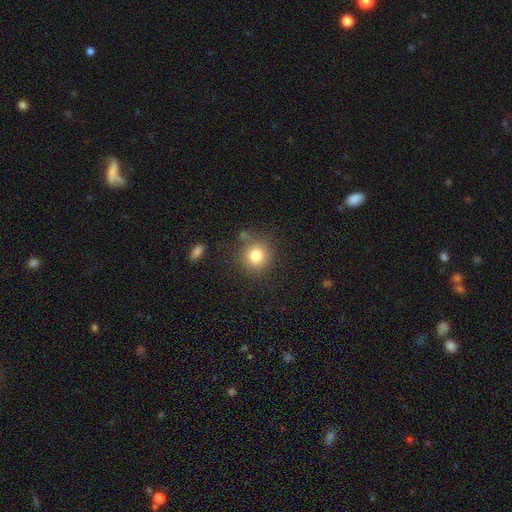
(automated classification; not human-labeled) The model was most divided on "merging": none: 77%, minor disturbance: 12%, merger: 6%, major disturbance: 5%. More confident: how rounded — round (90%); smooth or featured — smooth (81%).